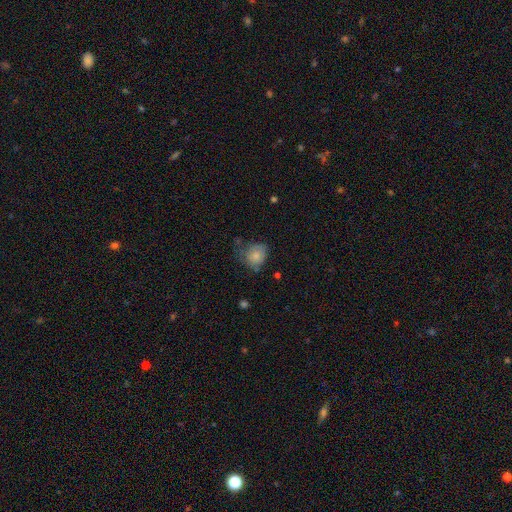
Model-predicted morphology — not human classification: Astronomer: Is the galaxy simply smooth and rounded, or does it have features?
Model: smooth — 76%.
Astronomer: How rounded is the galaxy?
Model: round — 64%.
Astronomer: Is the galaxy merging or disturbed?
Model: none — 42% (runner-up: minor disturbance, 35%).